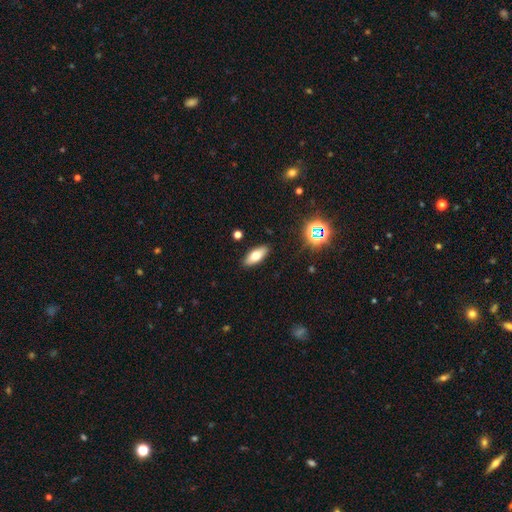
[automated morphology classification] Q: Smooth or featured?
A: smooth (69%); runner-up: featured or disk (21%)
Q: How rounded?
A: in between (77%); runner-up: cigar-shaped (20%)
Q: Merging?
A: none (89%); runner-up: minor disturbance (8%)